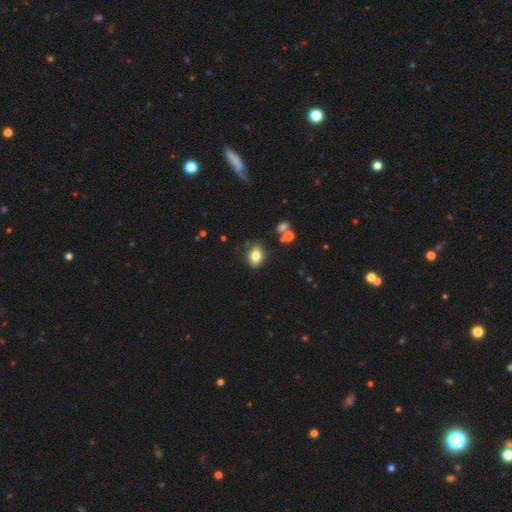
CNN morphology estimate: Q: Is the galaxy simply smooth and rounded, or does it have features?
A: smooth — 80%.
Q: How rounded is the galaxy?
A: in between — 73%.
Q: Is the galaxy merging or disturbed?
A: none — 80%.